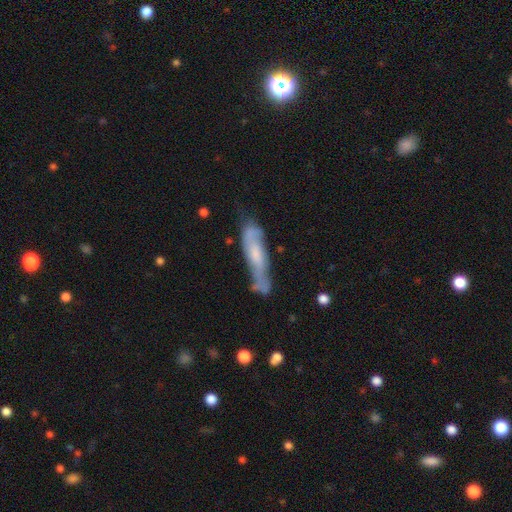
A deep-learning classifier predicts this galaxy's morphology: smooth 48%, featured or disk 46%, star or artifact 6%. Down the decision tree: merging — none (39%).